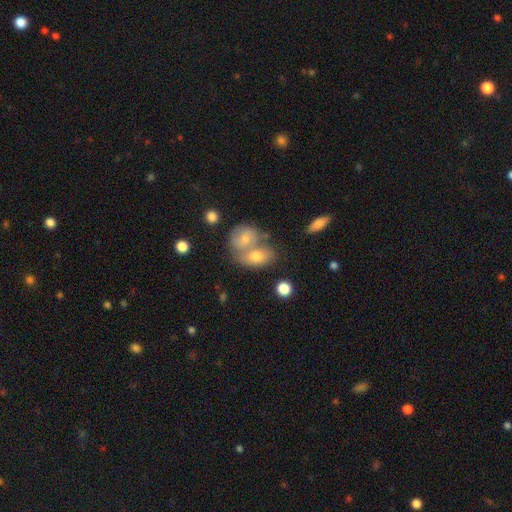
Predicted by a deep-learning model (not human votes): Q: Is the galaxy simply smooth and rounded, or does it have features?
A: smooth — 47%.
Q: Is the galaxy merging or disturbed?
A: merger — 52%.